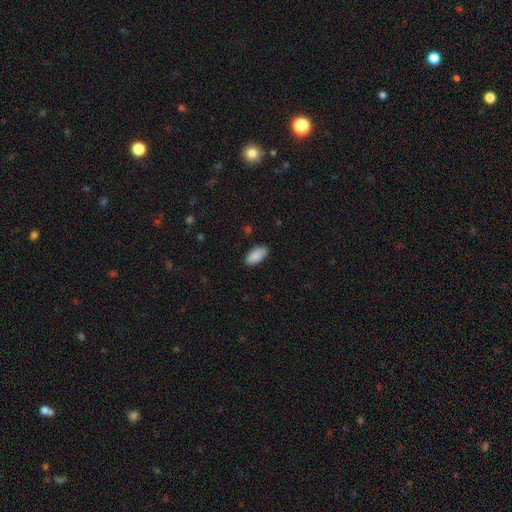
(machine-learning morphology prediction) Smooth or featured? Predicted: smooth (p=0.89). How rounded? Predicted: in between (p=0.92). Merging? Predicted: none (p=0.83).